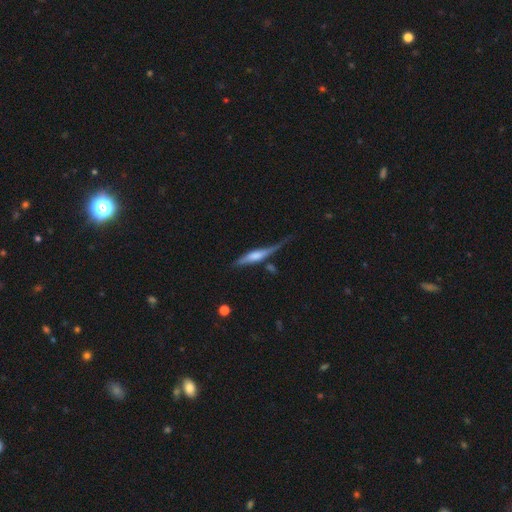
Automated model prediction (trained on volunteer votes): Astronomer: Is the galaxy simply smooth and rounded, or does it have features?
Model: featured or disk — 47% (runner-up: smooth, 46%).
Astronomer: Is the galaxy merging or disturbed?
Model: none — 43% (runner-up: minor disturbance, 28%).